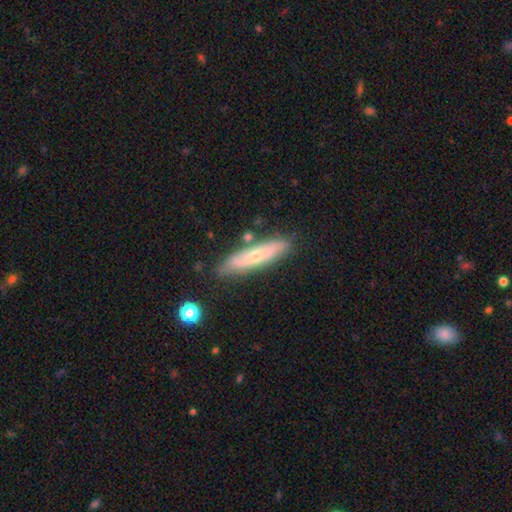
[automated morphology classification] Q: Smooth or featured?
A: smooth (47%); runner-up: featured or disk (46%)
Q: Merging?
A: none (77%); runner-up: minor disturbance (15%)